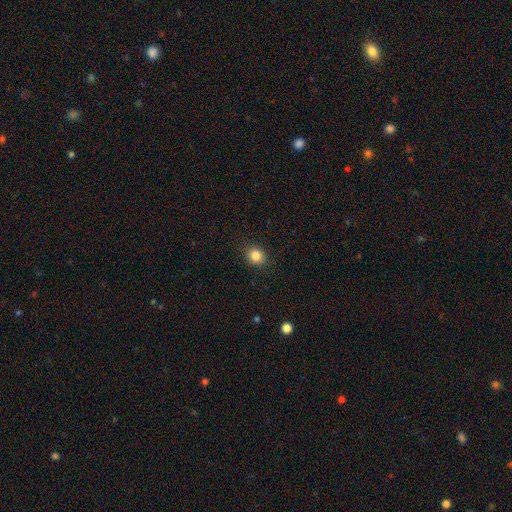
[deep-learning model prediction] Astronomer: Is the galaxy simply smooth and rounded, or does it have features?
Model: smooth — 84%.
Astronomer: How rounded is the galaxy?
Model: round — 68%.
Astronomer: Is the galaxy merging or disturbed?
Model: none — 88%.